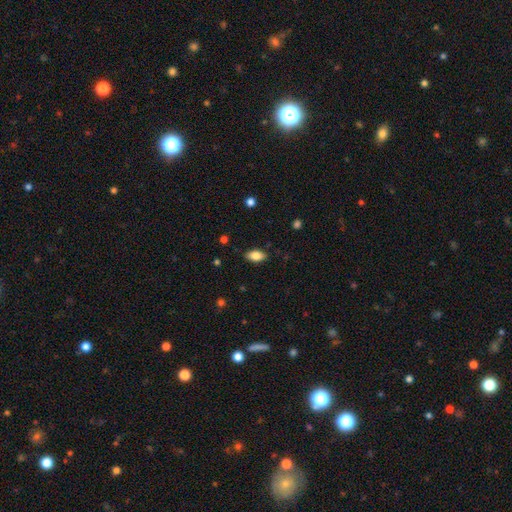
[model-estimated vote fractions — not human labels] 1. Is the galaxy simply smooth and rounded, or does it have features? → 83% smooth, 9% featured or disk, 8% star or artifact.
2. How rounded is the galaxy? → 91% in between, 4% round, 4% cigar-shaped.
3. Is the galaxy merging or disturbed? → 85% none, 11% minor disturbance, 2% major disturbance, 1% merger.